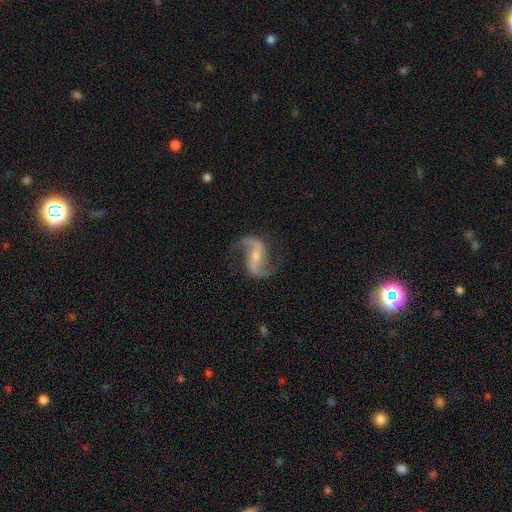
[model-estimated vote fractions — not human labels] Overall: featured or disk (91%). Edge-on disk: no (97%). Bar: strong (42%; weak 39%). Spiral arms: yes (97%). Spiral arm count: 2 (94%). Spiral winding: loose (59%; medium 34%). Bulge size: small (50%; moderate 37%). Merging: none (79%).